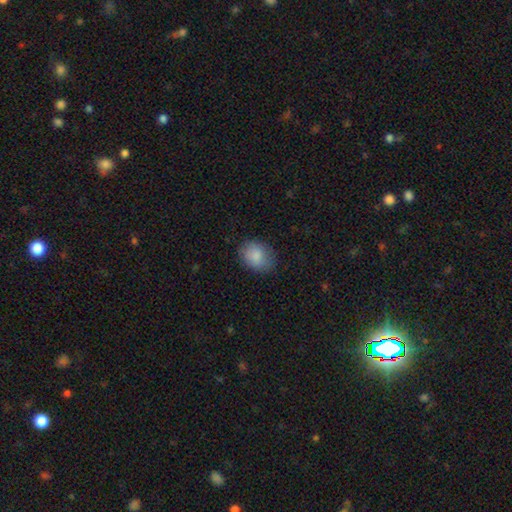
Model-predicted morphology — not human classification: The model was most divided on "how rounded": in between: 63%, round: 36%, cigar-shaped: 1%. More confident: smooth or featured — smooth (86%); merging — none (79%).